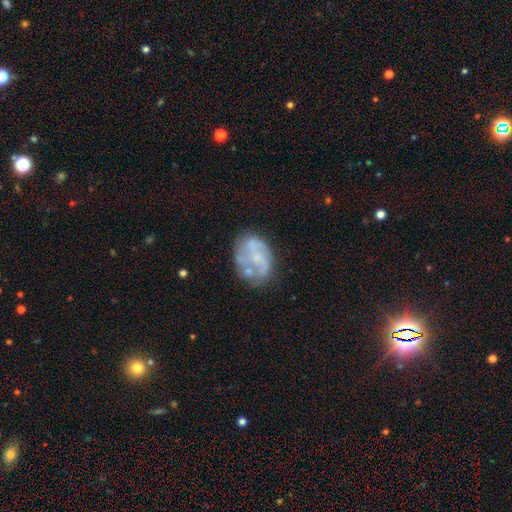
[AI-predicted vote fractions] Smooth or featured: featured or disk — 68% (smooth — 24%)
Edge-on disk: no — 98% (yes — 2%)
Bar: no — 73% (weak — 22%)
Spiral arms: yes — 54% (no — 46%)
Bulge size: small — 44% (none — 32%)
Merging: none — 55% (minor disturbance — 22%)